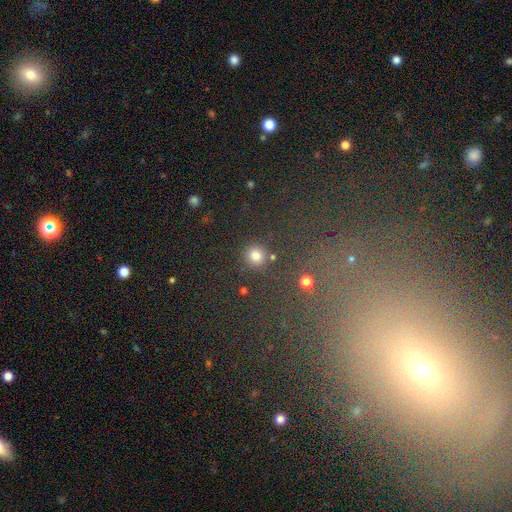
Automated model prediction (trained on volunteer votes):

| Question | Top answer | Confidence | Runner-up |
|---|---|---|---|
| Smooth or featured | smooth | 80% | star or artifact (15%) |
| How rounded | round | 93% | in between (6%) |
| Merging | none | 82% | minor disturbance (8%) |